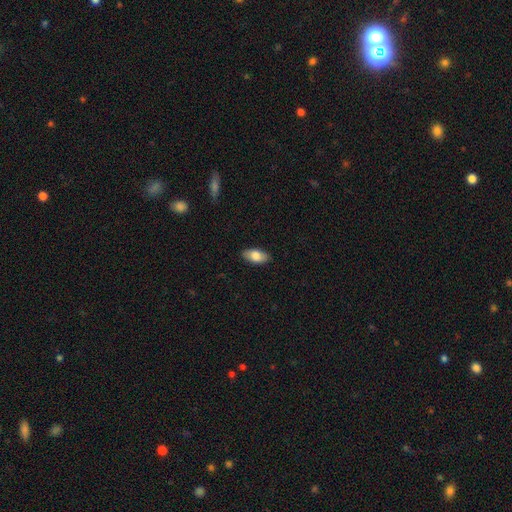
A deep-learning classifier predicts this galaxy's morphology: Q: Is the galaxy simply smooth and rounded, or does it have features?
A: smooth — 81%.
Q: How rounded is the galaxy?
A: in between — 91%.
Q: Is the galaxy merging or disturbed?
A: none — 88%.